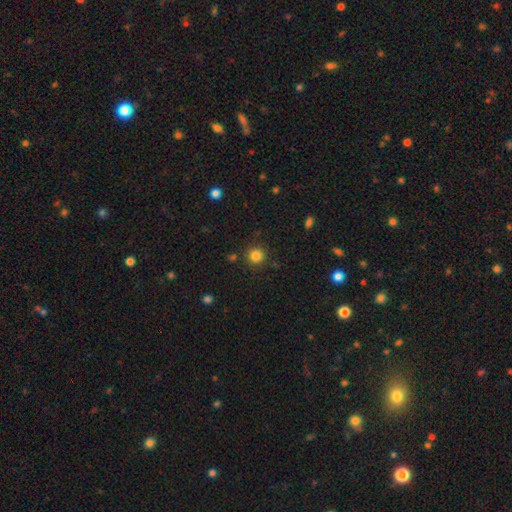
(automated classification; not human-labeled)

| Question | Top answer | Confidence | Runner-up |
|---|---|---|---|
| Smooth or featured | smooth | 82% | star or artifact (13%) |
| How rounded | round | 94% | in between (5%) |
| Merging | none | 89% | minor disturbance (6%) |